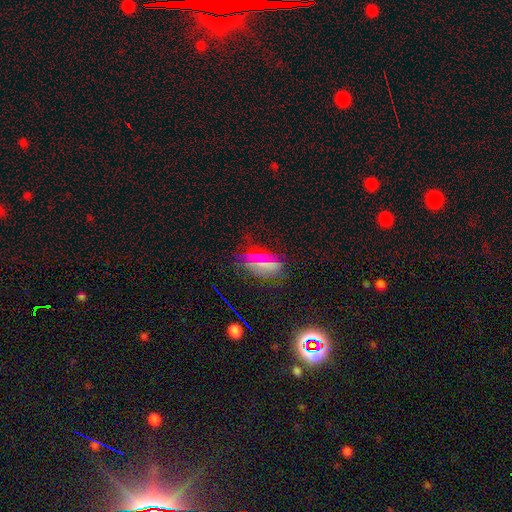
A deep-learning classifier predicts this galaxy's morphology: This is marginally a star or artifact rather than a galaxy (42%).